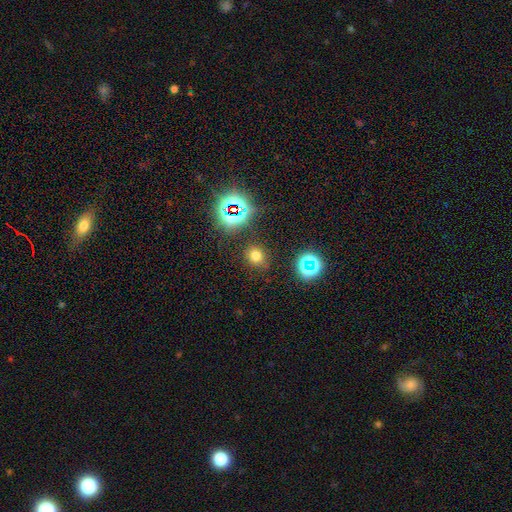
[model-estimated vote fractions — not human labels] smooth-or-featured: smooth: 67% | star or artifact: 26% | featured or disk: 8%
  how-rounded: round: 72% | in between: 27% | cigar-shaped: 1%
  merging: none: 83% | minor disturbance: 11% | major disturbance: 4% | merger: 3%